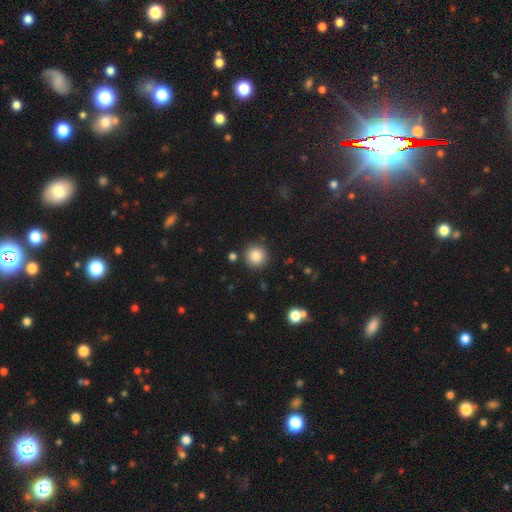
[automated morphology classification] This appears to be a smooth galaxy with no disk features (86%) that is round (95%). Merging: none (89%).